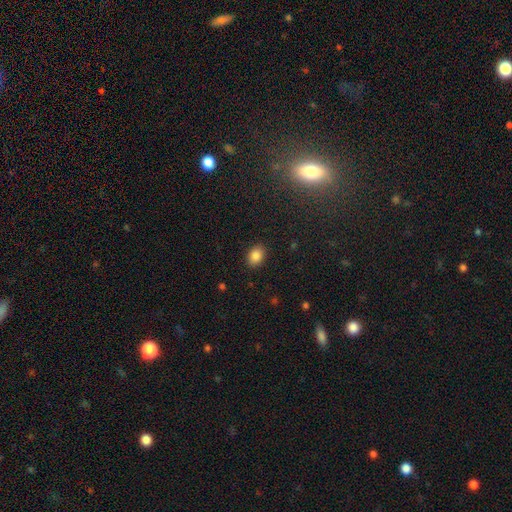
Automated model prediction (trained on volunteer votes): smooth 86%, star or artifact 9%, featured or disk 5%. Down the decision tree: how rounded — in between (73%); merging — none (88%).